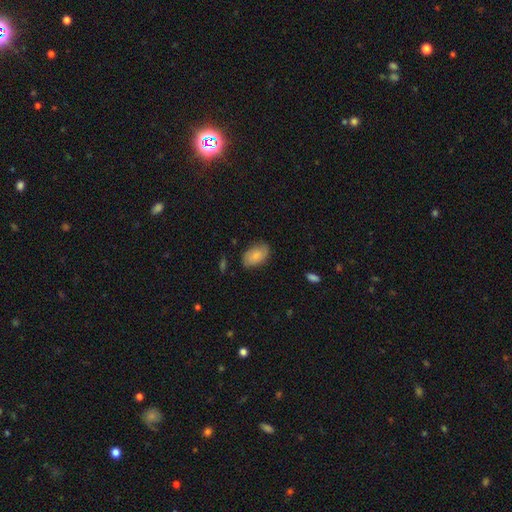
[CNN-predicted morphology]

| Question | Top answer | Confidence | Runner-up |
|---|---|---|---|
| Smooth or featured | smooth | 75% | featured or disk (18%) |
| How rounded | in between | 92% | round (7%) |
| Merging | none | 78% | minor disturbance (17%) |